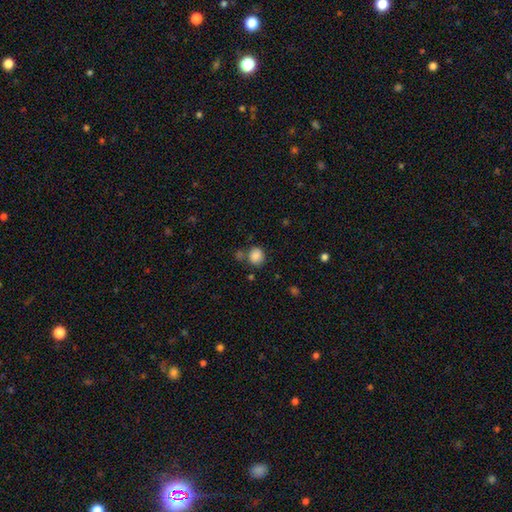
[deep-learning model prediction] Smooth or featured: smooth — 86% (star or artifact — 10%)
How rounded: round — 77% (in between — 22%)
Merging: none — 67% (minor disturbance — 14%)